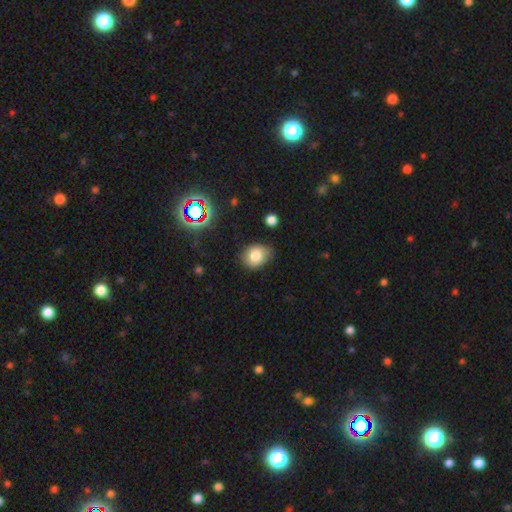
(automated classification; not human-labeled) Overall: smooth (80%). How rounded: in between (58%; round 41%). Merging: none (71%).